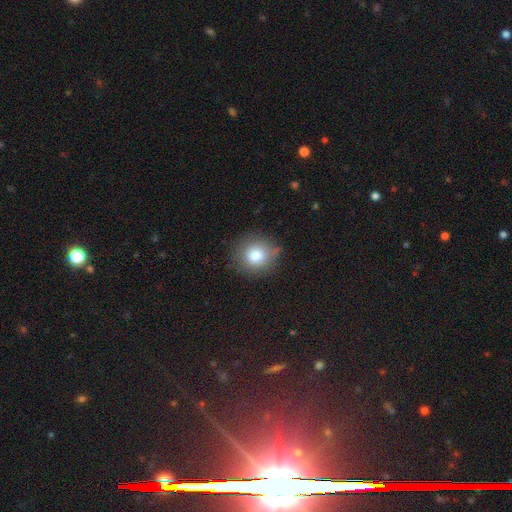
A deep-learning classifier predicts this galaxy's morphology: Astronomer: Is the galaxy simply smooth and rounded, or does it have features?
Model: smooth — 80%.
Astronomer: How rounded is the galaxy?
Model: round — 90%.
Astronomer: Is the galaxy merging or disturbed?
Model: none — 81%.